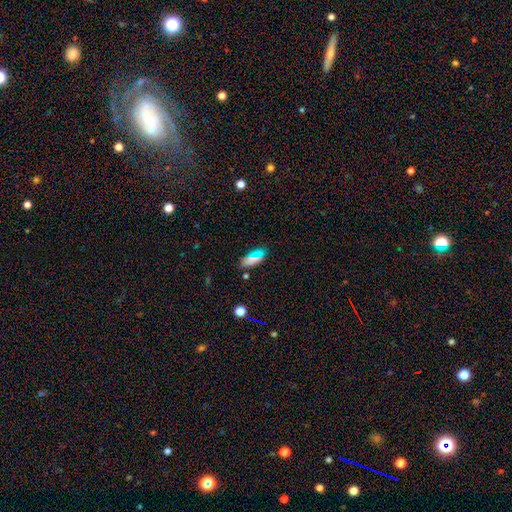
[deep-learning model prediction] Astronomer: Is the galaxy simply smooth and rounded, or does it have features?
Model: smooth — 73%.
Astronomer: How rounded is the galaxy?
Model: in between — 77%.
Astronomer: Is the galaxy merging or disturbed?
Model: none — 83%.